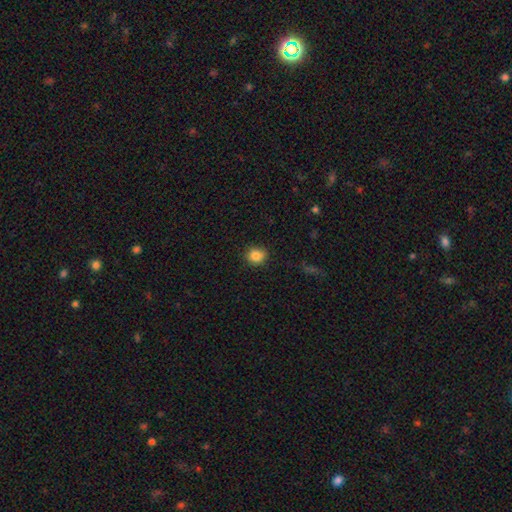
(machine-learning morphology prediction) A smooth galaxy with no disk features (84%) that is round (85%).

Vote fractions:
- Smooth or featured? smooth: 84% / star or artifact: 10% / featured or disk: 5%
- How rounded? round: 85% / in between: 14% / cigar-shaped: 1%
- Merging? none: 87% / minor disturbance: 10% / major disturbance: 2% / merger: 1%